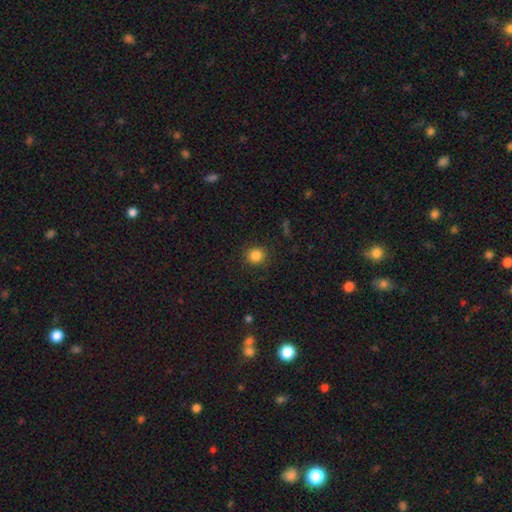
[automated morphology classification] A smooth galaxy with no disk features (85%) that is round (89%). Merging: none (88%).